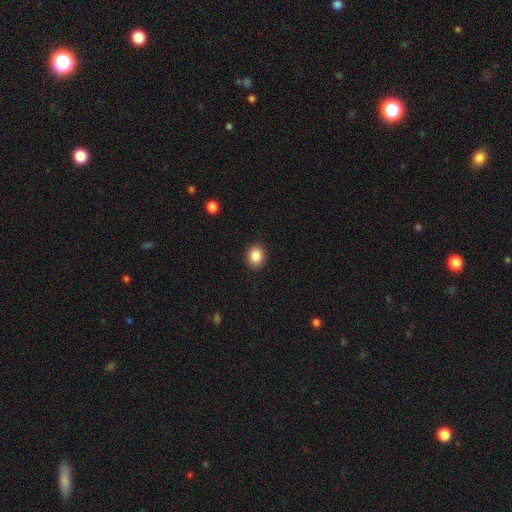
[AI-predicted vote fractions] A smooth galaxy with no disk features (87%) that is round (62%).

Vote fractions:
- Smooth or featured? smooth: 87% / star or artifact: 9% / featured or disk: 4%
- How rounded? round: 62% / in between: 37% / cigar-shaped: 1%
- Merging? none: 90% / minor disturbance: 7% / major disturbance: 2% / merger: 1%